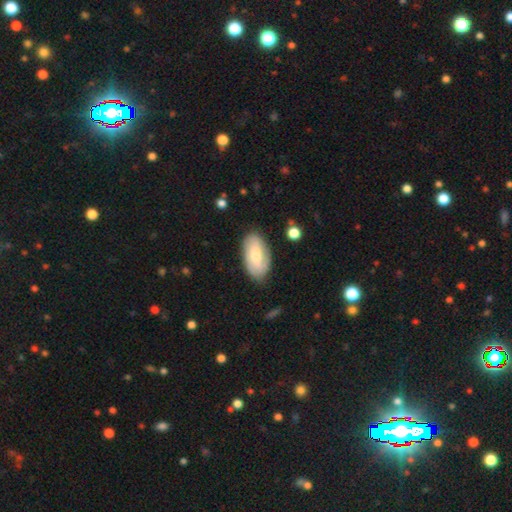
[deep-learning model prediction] Smooth or featured? smooth (55%)
How rounded? in between (93%)
Merging? none (80%)